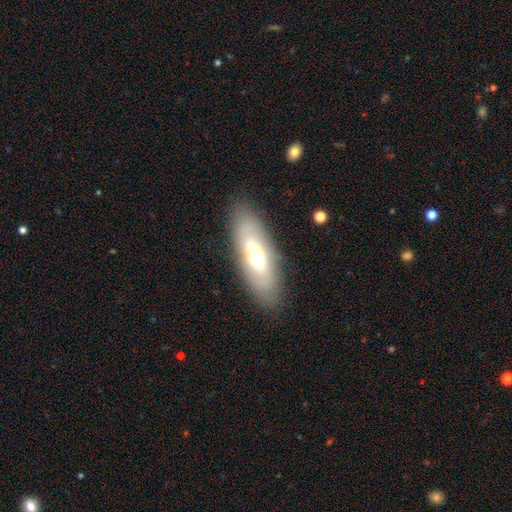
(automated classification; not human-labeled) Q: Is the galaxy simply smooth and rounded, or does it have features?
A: smooth — 54%.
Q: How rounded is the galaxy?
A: in between — 66%.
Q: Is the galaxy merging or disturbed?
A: none — 85%.